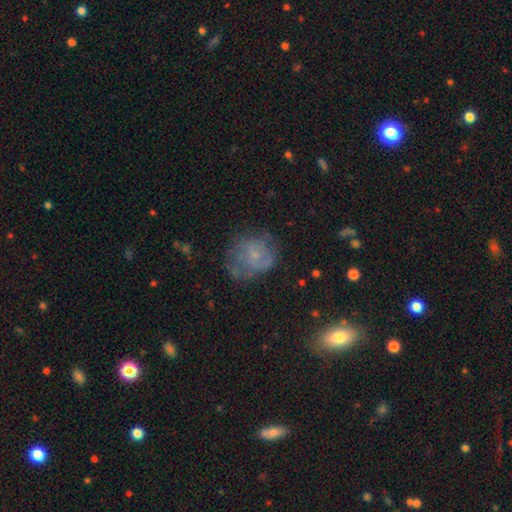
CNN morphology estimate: A smooth galaxy with no disk features (46%). Merging: none (52%).